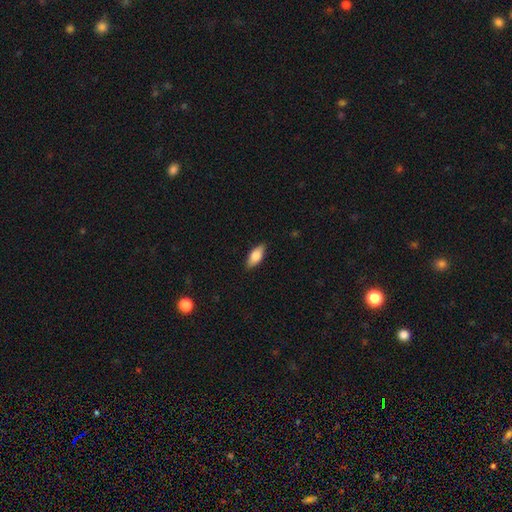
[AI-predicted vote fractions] Smooth or featured? smooth (79%)
How rounded? in between (83%)
Merging? none (87%)